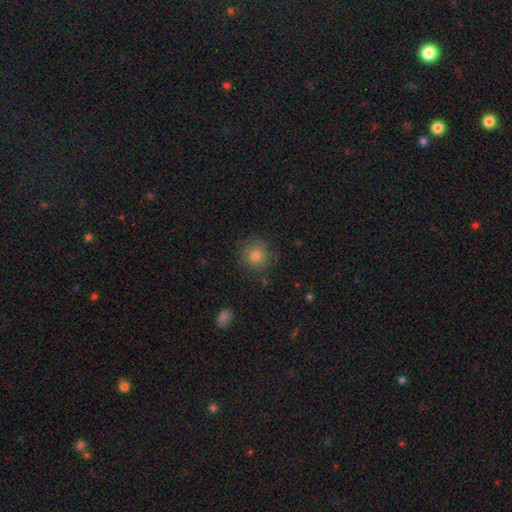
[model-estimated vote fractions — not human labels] A smooth galaxy with no disk features (78%) that is round (92%). Merging: none (83%).